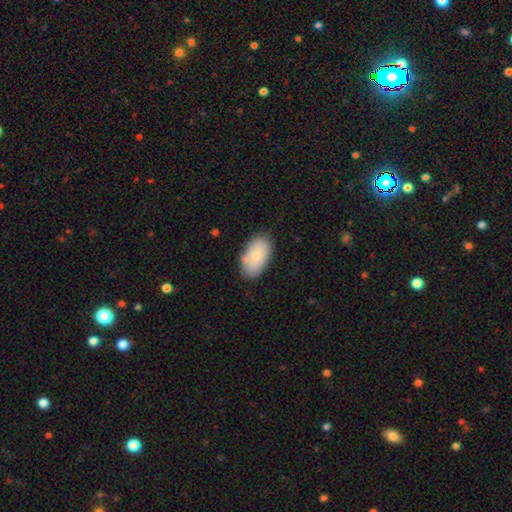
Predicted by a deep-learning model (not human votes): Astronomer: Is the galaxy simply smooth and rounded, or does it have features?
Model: smooth — 83%.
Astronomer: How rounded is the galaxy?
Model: in between — 94%.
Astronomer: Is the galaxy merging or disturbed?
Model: none — 82%.